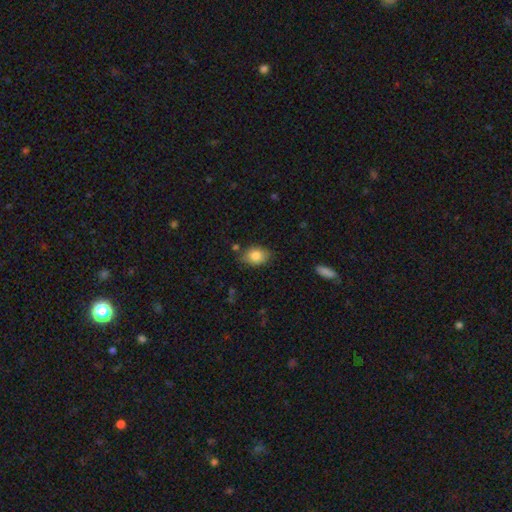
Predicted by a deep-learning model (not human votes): smooth-or-featured: smooth: 84% | featured or disk: 8% | star or artifact: 8%
  how-rounded: in between: 74% | round: 24% | cigar-shaped: 1%
  merging: none: 78% | minor disturbance: 16% | major disturbance: 3% | merger: 3%